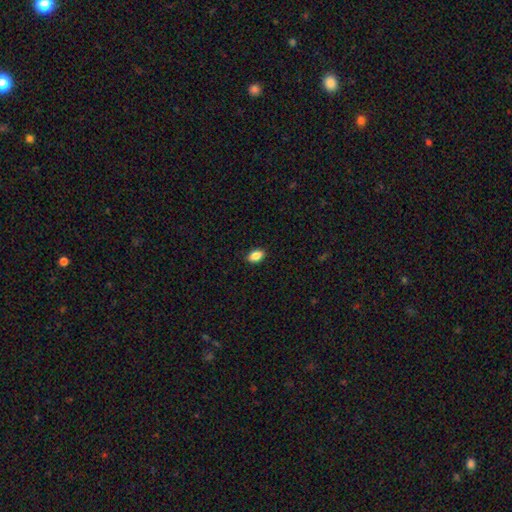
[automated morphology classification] Smooth or featured? Predicted: smooth (p=0.86). How rounded? Predicted: in between (p=0.88). Merging? Predicted: none (p=0.89).